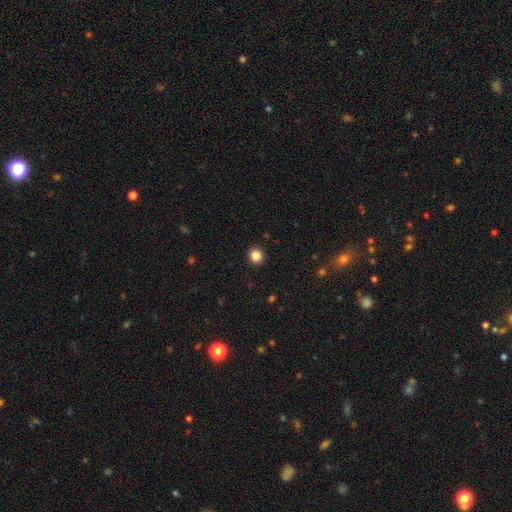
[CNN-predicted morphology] This appears to be a smooth galaxy with no disk features (85%) that is round (89%). Merging: none (92%).